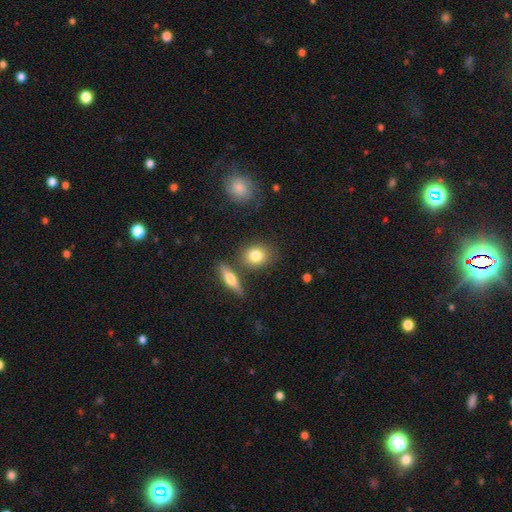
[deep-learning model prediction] Morphology: type=smooth (80%); roundness=round (54%); merging=none (73%).